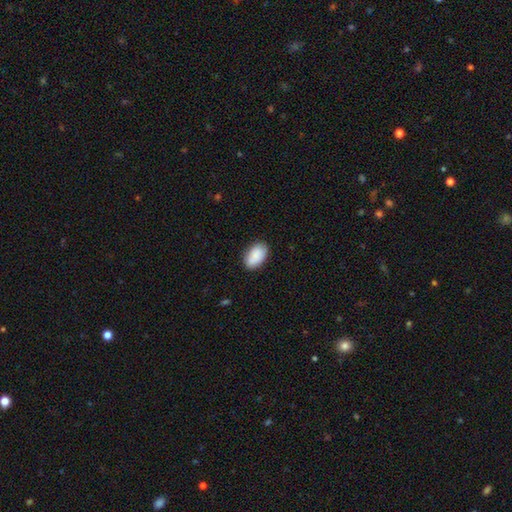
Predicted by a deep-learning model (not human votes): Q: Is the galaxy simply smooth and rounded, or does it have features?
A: smooth — 85%.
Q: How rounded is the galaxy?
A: in between — 92%.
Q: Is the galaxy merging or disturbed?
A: none — 77%.